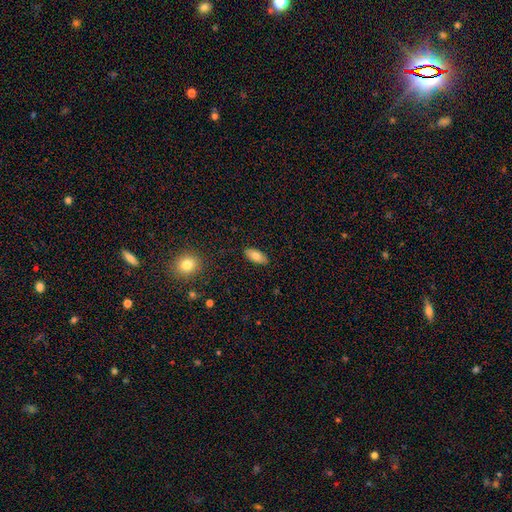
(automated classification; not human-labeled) A smooth galaxy with no disk features (78%) that is in between round and cigar-shaped (89%). Merging: none (88%).